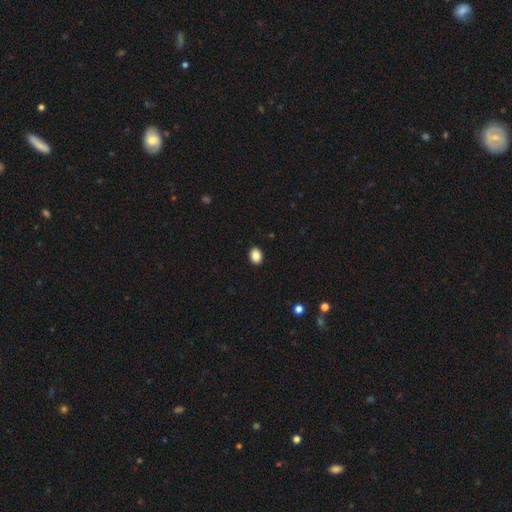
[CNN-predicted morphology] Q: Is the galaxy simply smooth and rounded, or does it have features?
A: smooth — 88%.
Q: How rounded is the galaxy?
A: in between — 60%.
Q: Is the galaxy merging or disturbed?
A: none — 91%.